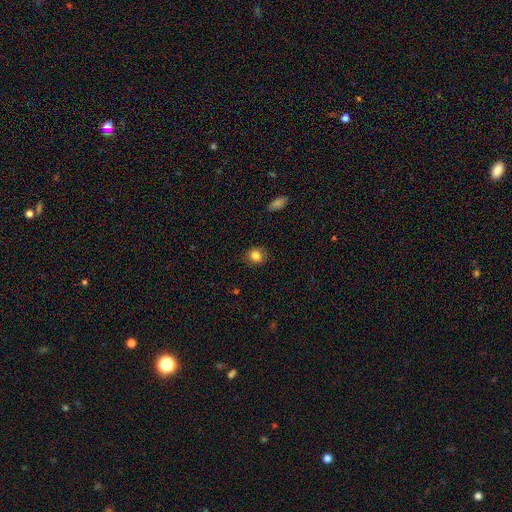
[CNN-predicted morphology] A smooth galaxy with no disk features (83%) that is round (77%). Merging: none (86%).